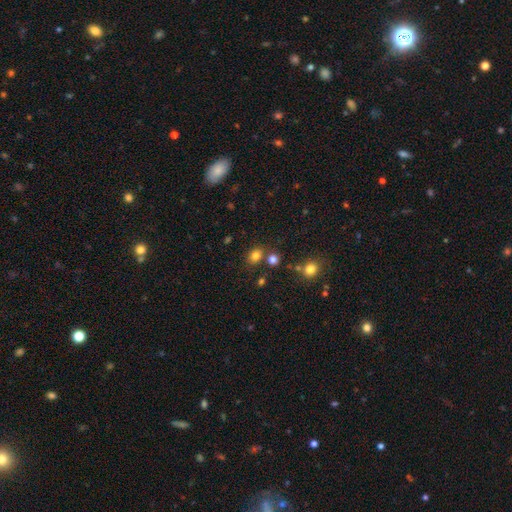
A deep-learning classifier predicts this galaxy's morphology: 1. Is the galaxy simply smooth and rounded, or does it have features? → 79% smooth, 15% star or artifact, 6% featured or disk.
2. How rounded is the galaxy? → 54% round, 45% in between, 1% cigar-shaped.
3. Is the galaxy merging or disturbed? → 73% none, 13% merger, 11% minor disturbance, 4% major disturbance.